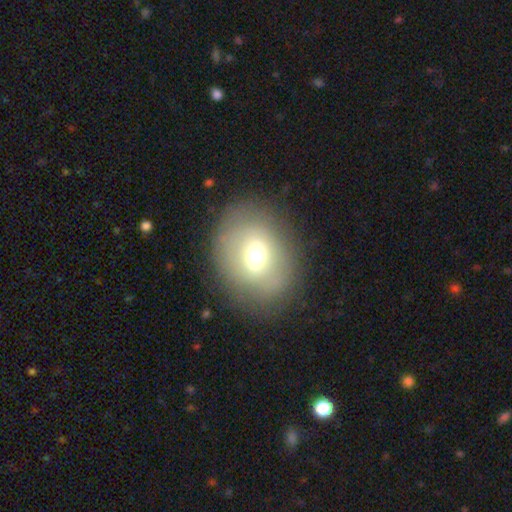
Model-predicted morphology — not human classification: A smooth galaxy with no disk features (57%) that is in between round and cigar-shaped (53%).

Vote fractions:
- Smooth or featured? smooth: 57% / featured or disk: 32% / star or artifact: 11%
- How rounded? in between: 53% / round: 46% / cigar-shaped: 1%
- Merging? none: 80% / minor disturbance: 12% / major disturbance: 6% / merger: 1%